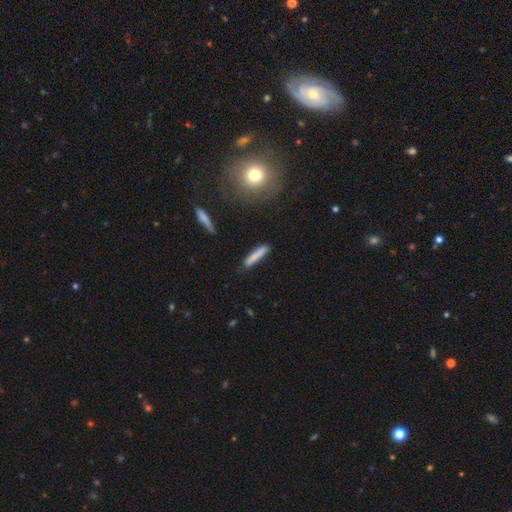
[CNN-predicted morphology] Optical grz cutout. It shows a smooth galaxy with no disk features (81%) that is cigar-shaped (91%). Merging: none (82%).